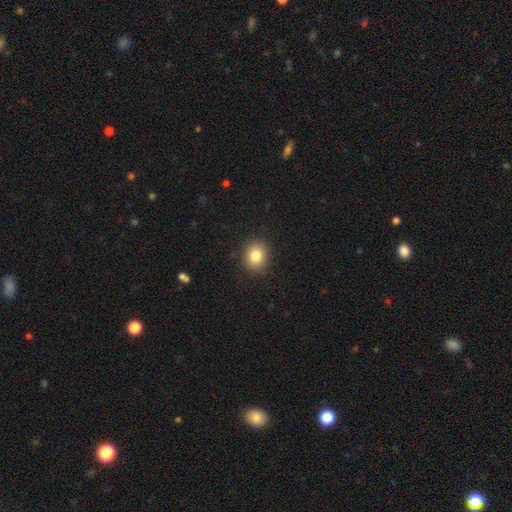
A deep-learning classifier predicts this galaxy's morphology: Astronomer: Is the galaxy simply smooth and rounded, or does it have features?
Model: smooth — 82%.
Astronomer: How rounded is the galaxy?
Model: round — 62%.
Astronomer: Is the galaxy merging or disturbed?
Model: none — 89%.